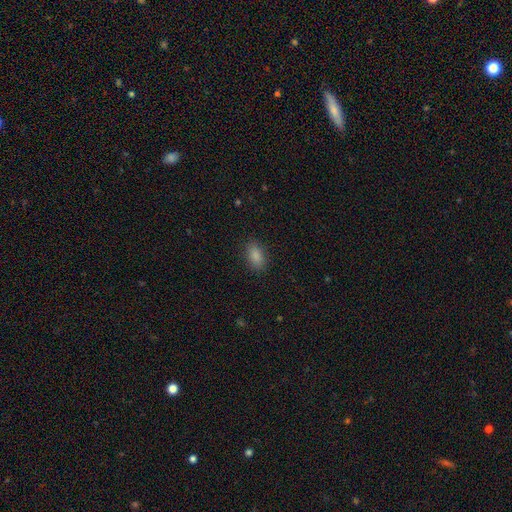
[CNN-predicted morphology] Smooth or featured? smooth (87%)
How rounded? in between (90%)
Merging? none (88%)